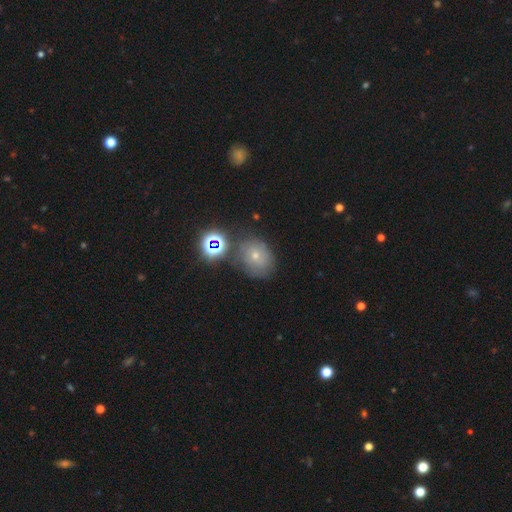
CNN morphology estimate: Q: Smooth or featured?
A: smooth (51%); runner-up: featured or disk (27%)
Q: How rounded?
A: round (56%); runner-up: in between (43%)
Q: Merging?
A: none (63%); runner-up: minor disturbance (19%)